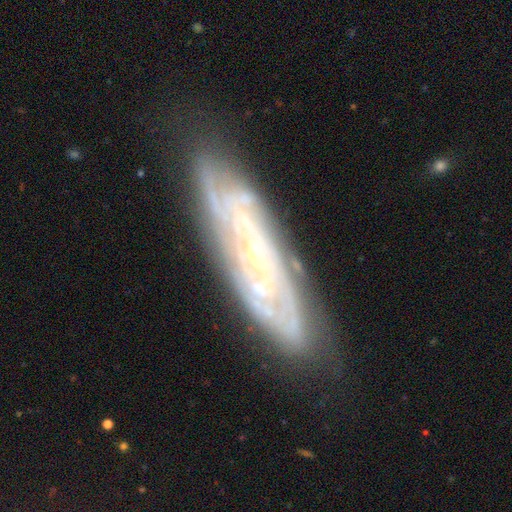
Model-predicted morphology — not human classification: featured or disk 82%, smooth 11%, star or artifact 7%. Down the decision tree: edge-on disk — no (77%); bar — no (69%); spiral arms — yes (90%); spiral arm count — can't tell (47%); spiral winding — tight (73%); bulge size — small (80%); merging — none (79%).